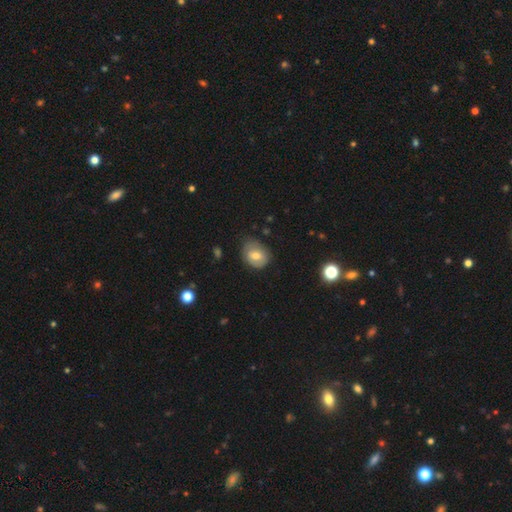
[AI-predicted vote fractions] A smooth galaxy with no disk features (67%) that is in between round and cigar-shaped (54%). Merging: none (59%).